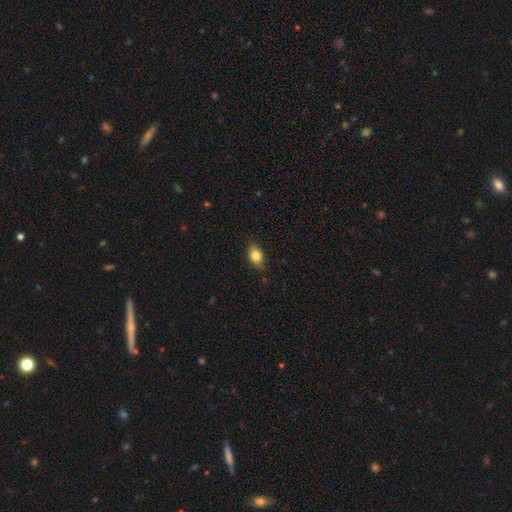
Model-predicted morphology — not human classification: smooth_or_featured: smooth (p=0.80) [alt: featured or disk p=0.12]
how_rounded: in between (p=0.84) [alt: round p=0.11]
merging: none (p=0.81) [alt: minor disturbance p=0.16]